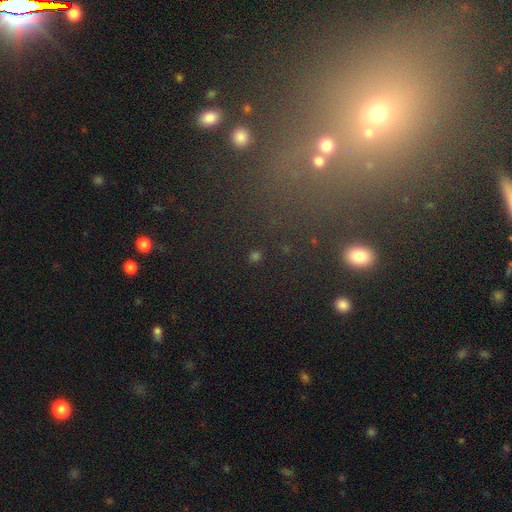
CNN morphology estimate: A smooth galaxy with no disk features (47%). Merging: none (82%).